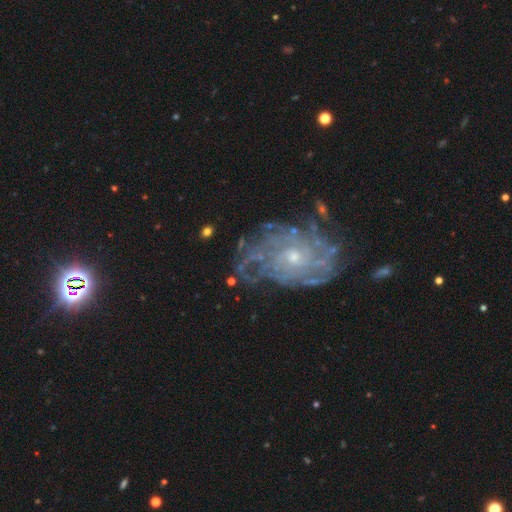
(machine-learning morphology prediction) This is clearly a featured or disk galaxy (86%). It is clearly not viewed edge-on (97%). Bar: likely no (78%). Spiral arm pattern: clearly yes (93%). Spiral arm count: marginally can't tell (41%). Spiral winding: likely tight (69%). Central bulge: likely small (65%). Merging: likely none (69%).